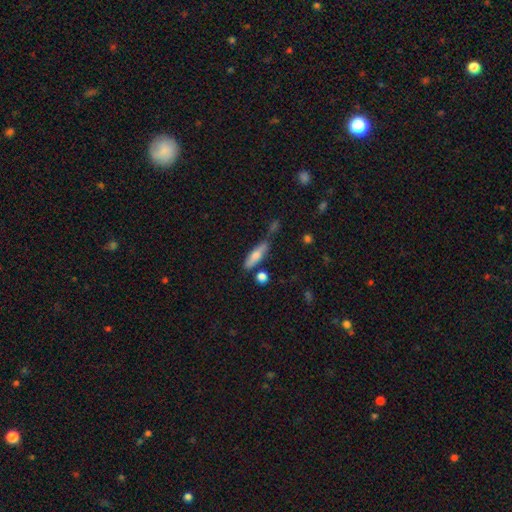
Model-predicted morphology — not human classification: The model was most divided on "how rounded": cigar-shaped: 58%, in between: 39%, round: 3%. More confident: smooth or featured — smooth (70%); merging — none (57%).